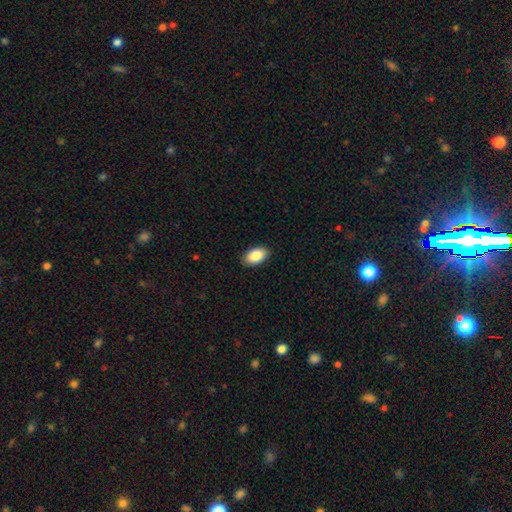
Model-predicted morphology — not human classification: Smooth or featured?
  - smooth: 86% *
  - featured or disk: 7%
  - star or artifact: 7%
How rounded?
  - in between: 94% *
  - round: 5%
  - cigar-shaped: 1%
Merging?
  - none: 90% *
  - minor disturbance: 8%
  - major disturbance: 2%
  - merger: 1%